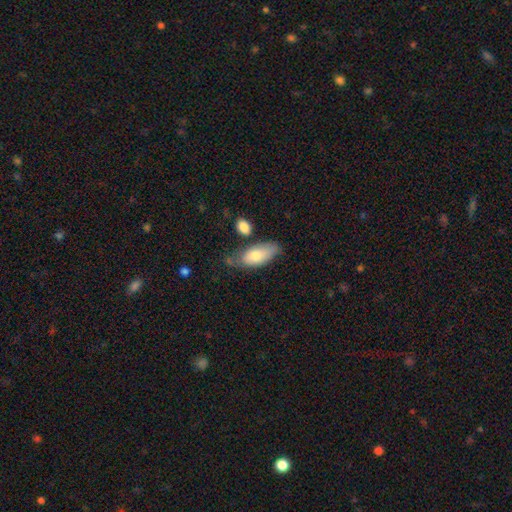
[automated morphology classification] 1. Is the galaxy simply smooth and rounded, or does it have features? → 75% smooth, 19% featured or disk, 6% star or artifact.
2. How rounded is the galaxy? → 87% in between, 10% cigar-shaped, 3% round.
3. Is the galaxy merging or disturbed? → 54% none, 27% minor disturbance, 10% merger, 8% major disturbance.